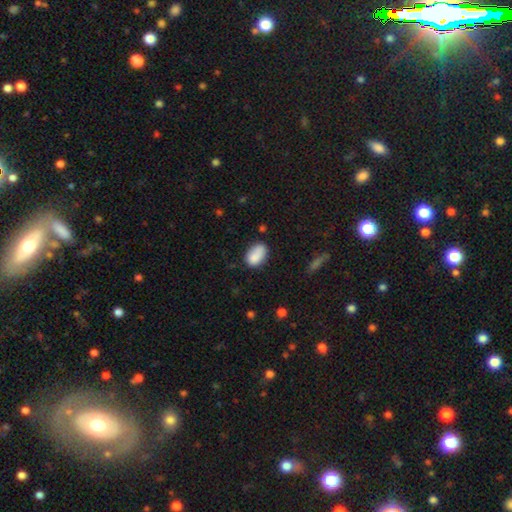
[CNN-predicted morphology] Overall: smooth (86%). How rounded: in between (89%). Merging: none (67%).